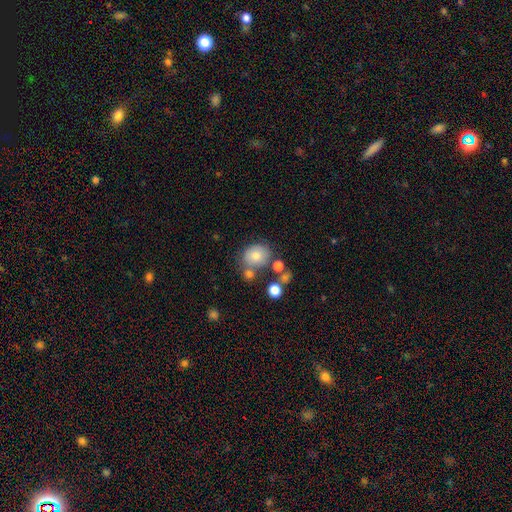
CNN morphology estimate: type=smooth (76%); roundness=round (65%); merging=none (60%).